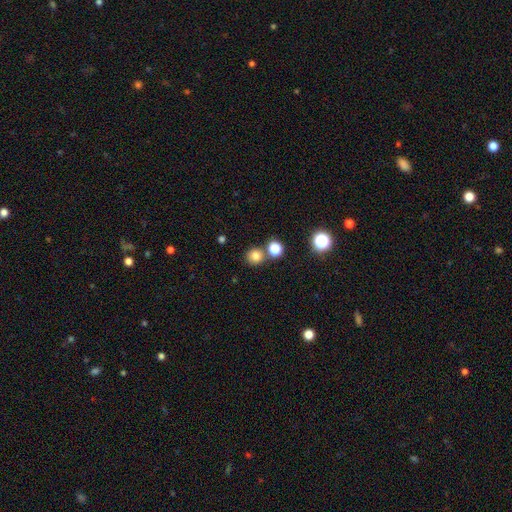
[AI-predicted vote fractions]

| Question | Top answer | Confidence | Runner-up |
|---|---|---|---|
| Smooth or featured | smooth | 79% | star or artifact (15%) |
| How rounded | round | 89% | in between (10%) |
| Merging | none | 72% | merger (18%) |